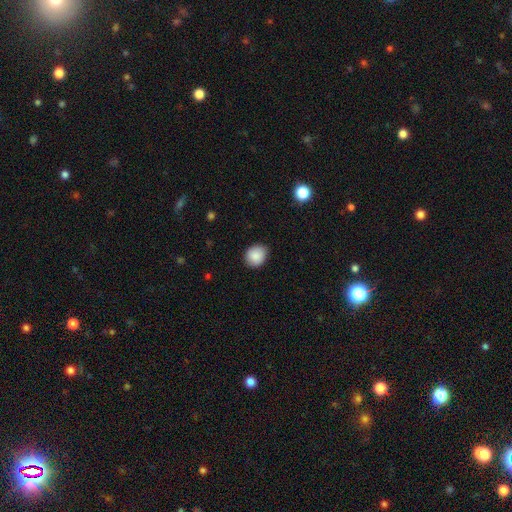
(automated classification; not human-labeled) A smooth galaxy with no disk features (88%) that is round (71%).

Vote fractions:
- Smooth or featured? smooth: 88% / star or artifact: 8% / featured or disk: 4%
- How rounded? round: 71% / in between: 28% / cigar-shaped: 1%
- Merging? none: 84% / minor disturbance: 13% / major disturbance: 2% / merger: 1%